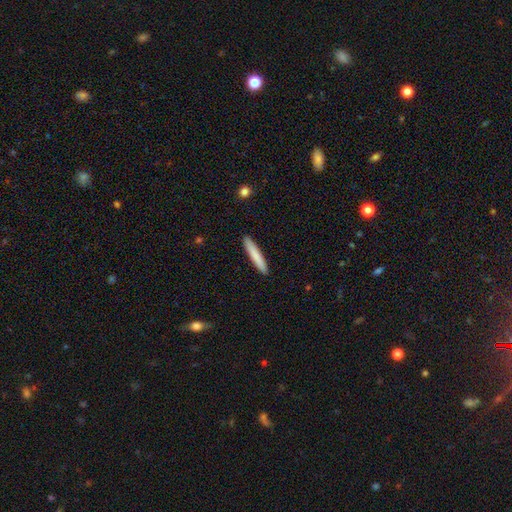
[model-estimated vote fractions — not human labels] Smooth or featured? smooth (82%)
How rounded? cigar-shaped (94%)
Merging? none (92%)